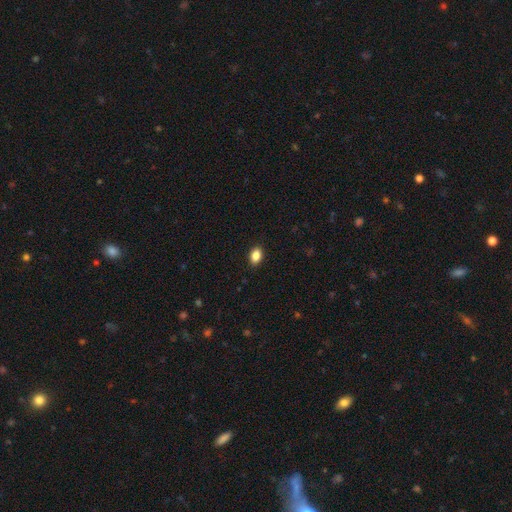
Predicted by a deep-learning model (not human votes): Smooth or featured: smooth — 88% (star or artifact — 8%)
How rounded: in between — 81% (round — 17%)
Merging: none — 90% (minor disturbance — 7%)